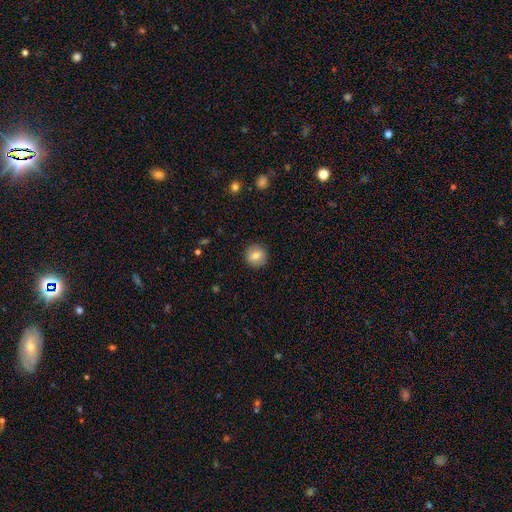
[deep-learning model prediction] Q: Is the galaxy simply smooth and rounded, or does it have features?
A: smooth — 81%.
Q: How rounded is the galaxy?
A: round — 94%.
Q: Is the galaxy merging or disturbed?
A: none — 91%.